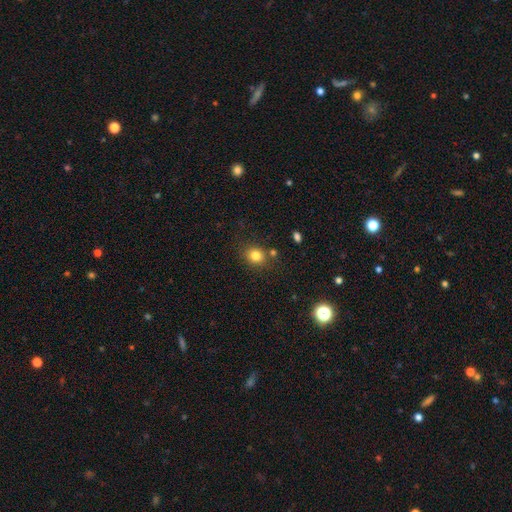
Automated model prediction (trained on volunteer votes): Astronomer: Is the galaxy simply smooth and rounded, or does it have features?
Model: smooth — 81%.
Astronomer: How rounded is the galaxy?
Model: round — 69%.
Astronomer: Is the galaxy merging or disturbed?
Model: none — 76%.